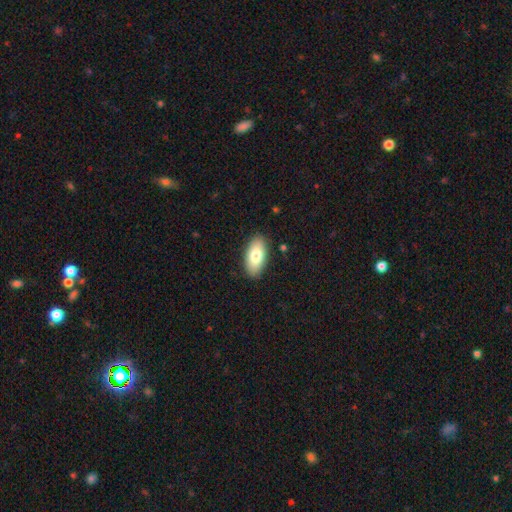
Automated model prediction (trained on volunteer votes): The model was most divided on "smooth or featured": smooth: 79%, featured or disk: 15%, star or artifact: 6%. More confident: how rounded — in between (93%); merging — none (88%).